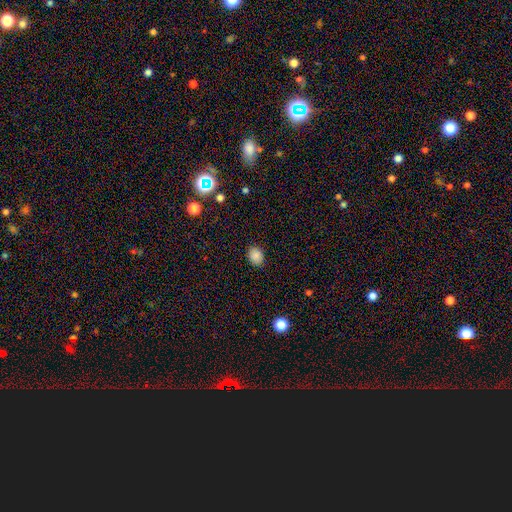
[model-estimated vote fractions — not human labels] Smooth or featured: smooth — 86% (star or artifact — 10%)
How rounded: round — 51% (in between — 49%)
Merging: none — 86% (minor disturbance — 10%)